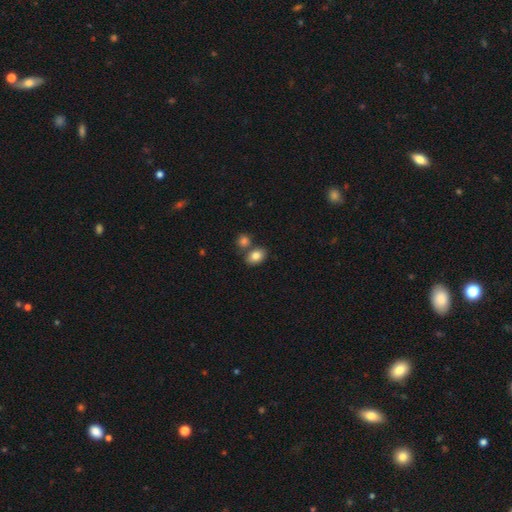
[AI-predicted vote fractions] smooth_or_featured: smooth (p=0.83) [alt: star or artifact p=0.09]
how_rounded: in between (p=0.74) [alt: round p=0.25]
merging: none (p=0.62) [alt: merger p=0.25]